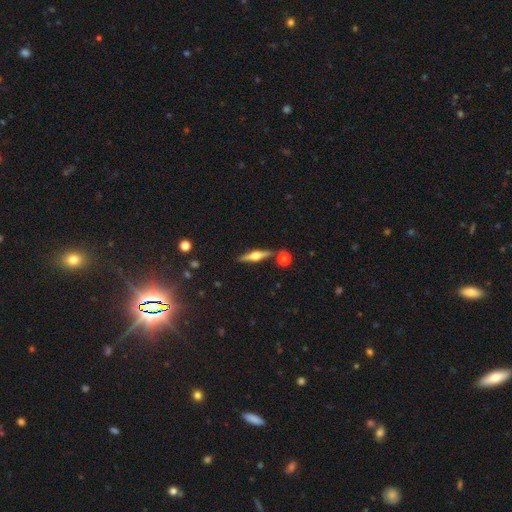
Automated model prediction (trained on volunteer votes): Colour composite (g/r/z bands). It shows a featured or disk galaxy (74%) viewed edge-on (97%) with a rounded central bulge (92%). Merging: none (83%).